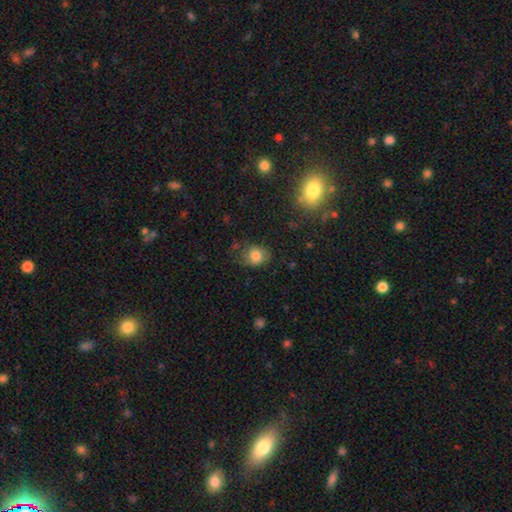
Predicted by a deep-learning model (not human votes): Morphology: type=smooth (79%); roundness=round (54%); merging=none (64%).